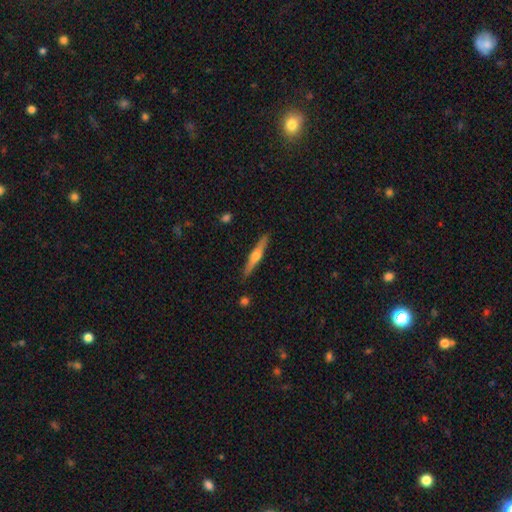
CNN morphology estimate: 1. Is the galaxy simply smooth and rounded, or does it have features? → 66% featured or disk, 28% smooth, 6% star or artifact.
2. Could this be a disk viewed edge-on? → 98% yes, 2% no.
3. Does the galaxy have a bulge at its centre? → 88% rounded, 7% boxy, 5% none.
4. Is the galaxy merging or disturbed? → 90% none, 7% minor disturbance, 1% major disturbance, 1% merger.